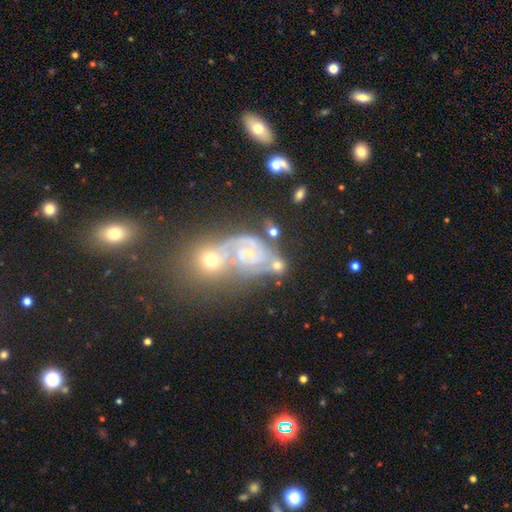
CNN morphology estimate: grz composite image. It shows a featured or disk galaxy (80%) with no bar (63%), 2 (60%) tight (54%) spiral arms (95%) and a small central bulge (69%). Merging: none (46%).